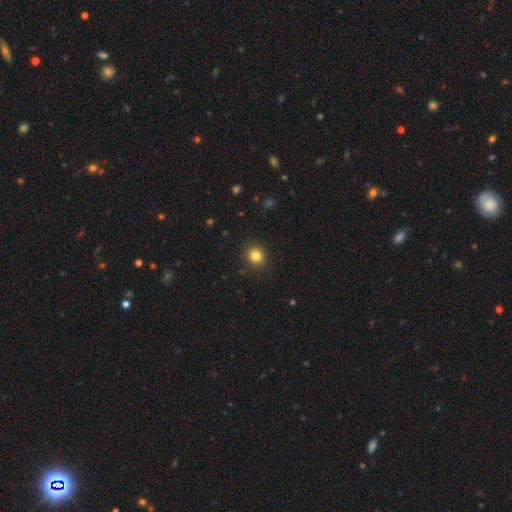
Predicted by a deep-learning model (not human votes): A smooth galaxy with no disk features (84%) that is round (83%). Merging: none (89%).